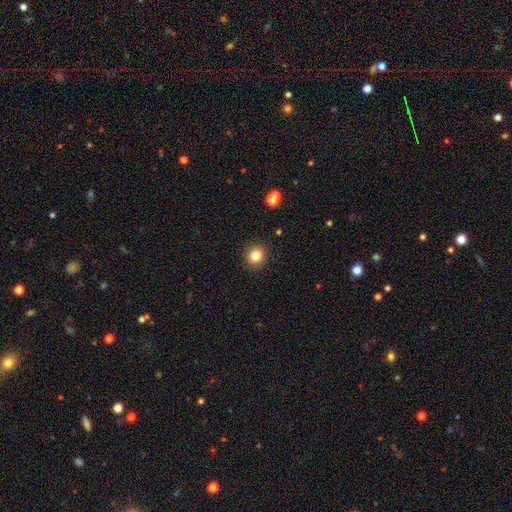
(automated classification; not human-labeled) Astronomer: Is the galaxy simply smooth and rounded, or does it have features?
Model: smooth — 82%.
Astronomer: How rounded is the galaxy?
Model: round — 88%.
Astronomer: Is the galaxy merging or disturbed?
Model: none — 91%.